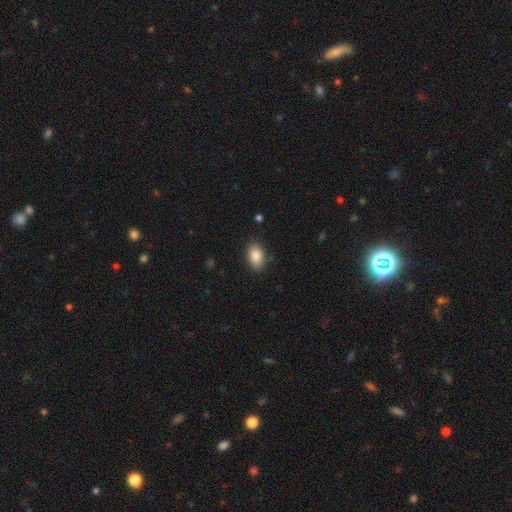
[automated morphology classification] Smooth or featured: smooth — 85% (star or artifact — 8%)
How rounded: in between — 89% (round — 9%)
Merging: none — 86% (minor disturbance — 10%)